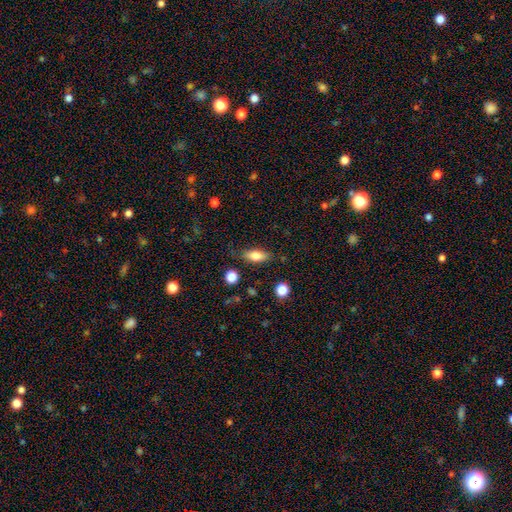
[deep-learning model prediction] smooth_or_featured: smooth (p=0.75) [alt: featured or disk p=0.17]
how_rounded: in between (p=0.77) [alt: cigar-shaped p=0.18]
merging: none (p=0.77) [alt: minor disturbance p=0.16]